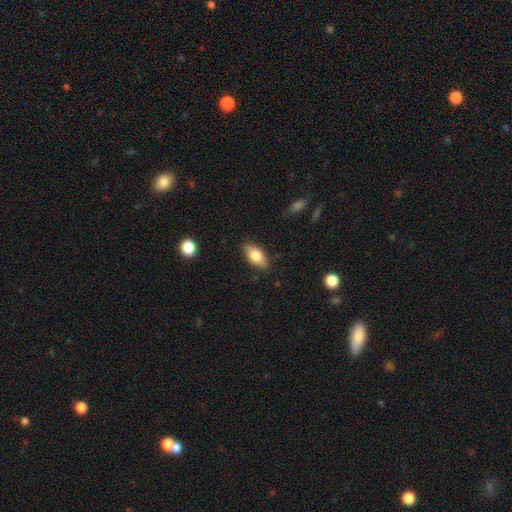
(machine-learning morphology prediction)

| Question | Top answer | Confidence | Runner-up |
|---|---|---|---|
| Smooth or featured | smooth | 77% | featured or disk (16%) |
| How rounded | in between | 87% | cigar-shaped (9%) |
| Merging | none | 84% | minor disturbance (12%) |